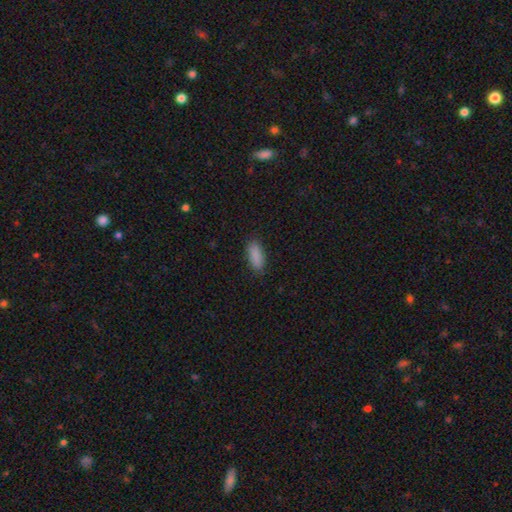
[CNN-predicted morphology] A smooth galaxy with no disk features (89%) that is in between round and cigar-shaped (84%).

Vote fractions:
- Smooth or featured? smooth: 89% / star or artifact: 7% / featured or disk: 4%
- How rounded? in between: 84% / cigar-shaped: 14% / round: 2%
- Merging? none: 86% / minor disturbance: 11% / major disturbance: 2% / merger: 1%